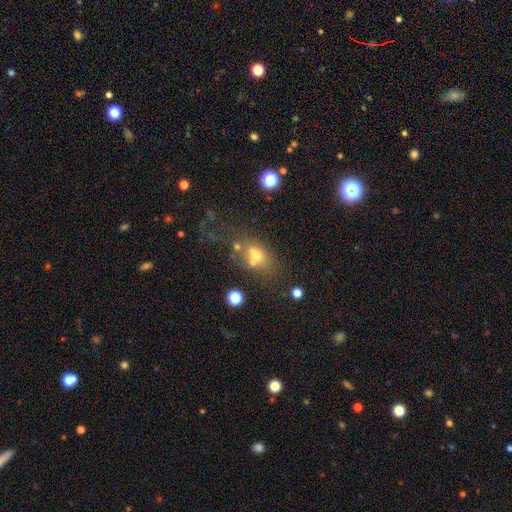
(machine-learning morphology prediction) Smooth or featured? smooth (51%)
How rounded? in between (62%)
Merging? none (36%)